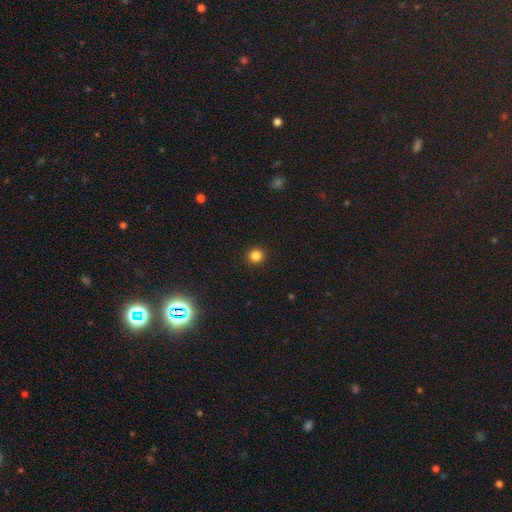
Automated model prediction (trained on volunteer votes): smooth-or-featured: smooth: 83% | star or artifact: 13% | featured or disk: 4%
  how-rounded: round: 93% | in between: 6% | cigar-shaped: 1%
  merging: none: 93% | minor disturbance: 4% | major disturbance: 2% | merger: 1%